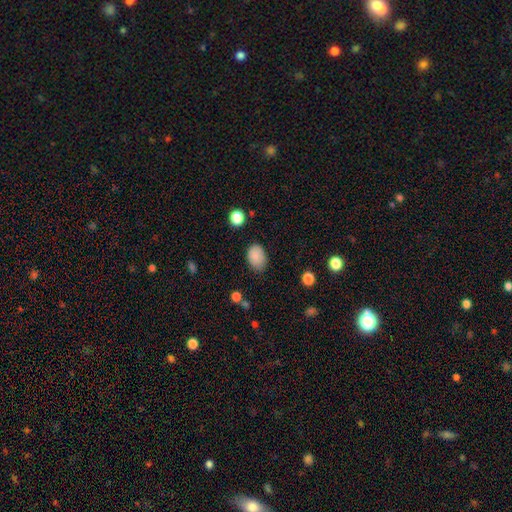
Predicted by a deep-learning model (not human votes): This appears to be a smooth galaxy with no disk features (87%) that is in between round and cigar-shaped (82%). Merging: none (78%).